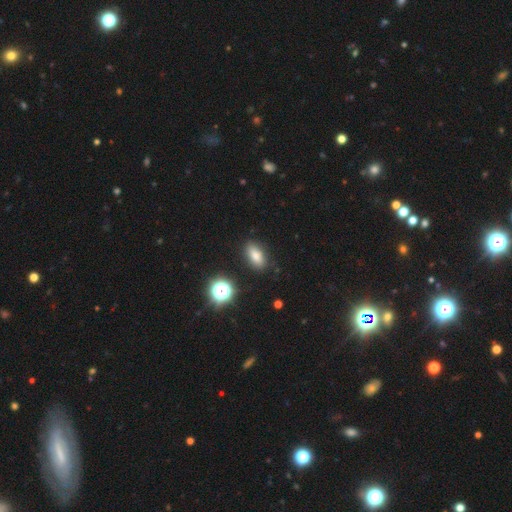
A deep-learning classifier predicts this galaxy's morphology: smooth_or_featured: smooth (p=0.77) [alt: star or artifact p=0.13]
how_rounded: in between (p=0.83) [alt: cigar-shaped p=0.09]
merging: none (p=0.85) [alt: minor disturbance p=0.10]